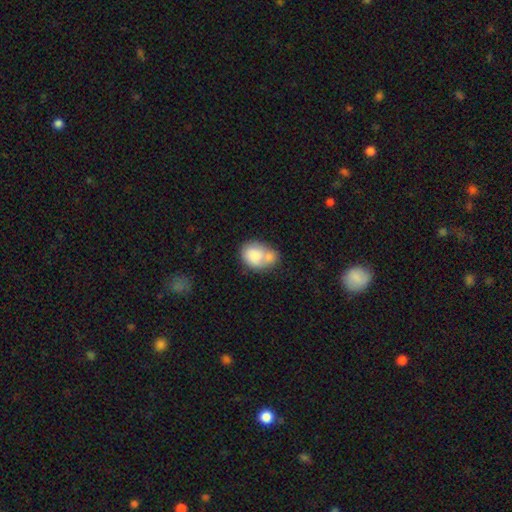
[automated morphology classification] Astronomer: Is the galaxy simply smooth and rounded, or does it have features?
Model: smooth — 79%.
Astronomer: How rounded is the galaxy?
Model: in between — 63%.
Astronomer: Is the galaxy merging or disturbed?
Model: merger — 54%.